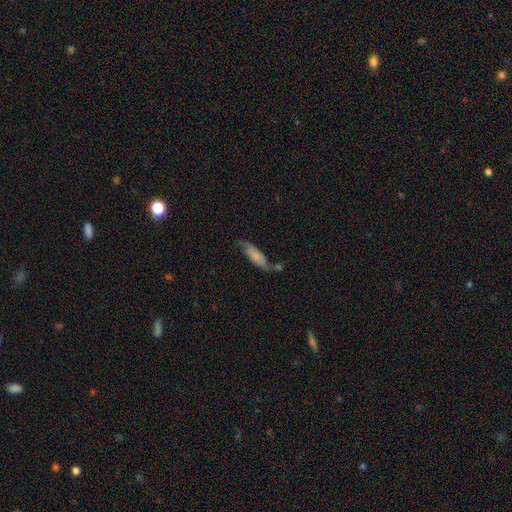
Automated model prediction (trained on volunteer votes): A smooth galaxy with no disk features (67%) that is in between round and cigar-shaped (51%).

Vote fractions:
- Smooth or featured? smooth: 67% / featured or disk: 26% / star or artifact: 7%
- How rounded? in between: 51% / cigar-shaped: 47% / round: 2%
- Merging? none: 52% / minor disturbance: 29% / merger: 10% / major disturbance: 9%